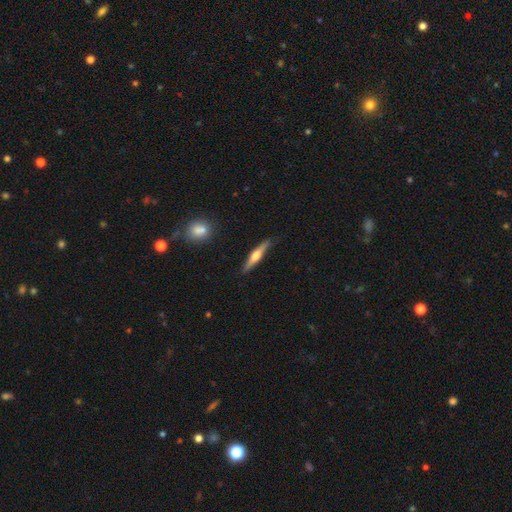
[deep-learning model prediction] Smooth or featured? featured or disk (58%)
Edge-on disk? yes (96%)
Edge-on bulge? rounded (89%)
Merging? none (85%)